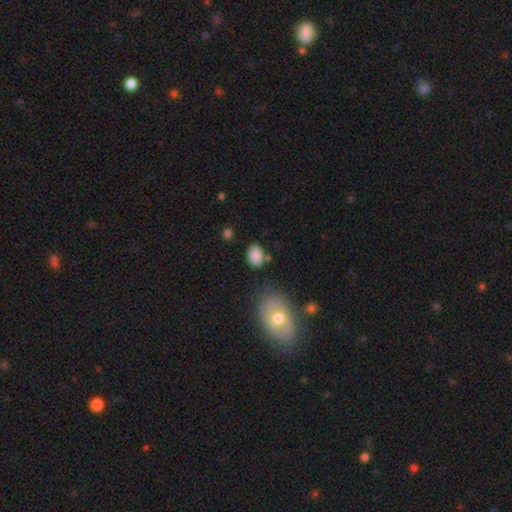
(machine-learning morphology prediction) The model was most divided on "how rounded": in between: 78%, round: 21%, cigar-shaped: 1%. More confident: smooth or featured — smooth (85%); merging — none (75%).